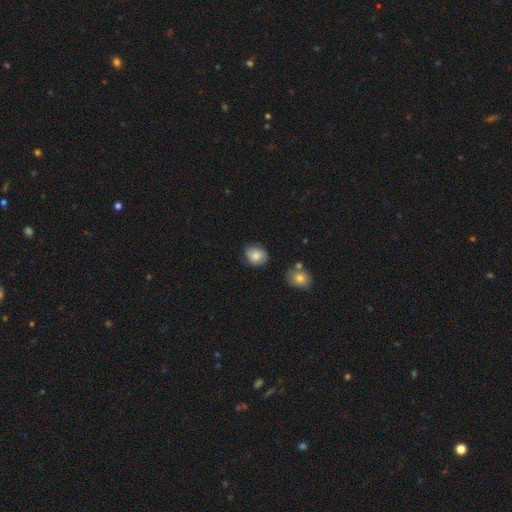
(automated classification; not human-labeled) smooth-or-featured: smooth: 74% | featured or disk: 18% | star or artifact: 8%
  how-rounded: round: 61% | in between: 38% | cigar-shaped: 1%
  merging: none: 71% | minor disturbance: 22% | major disturbance: 5% | merger: 3%